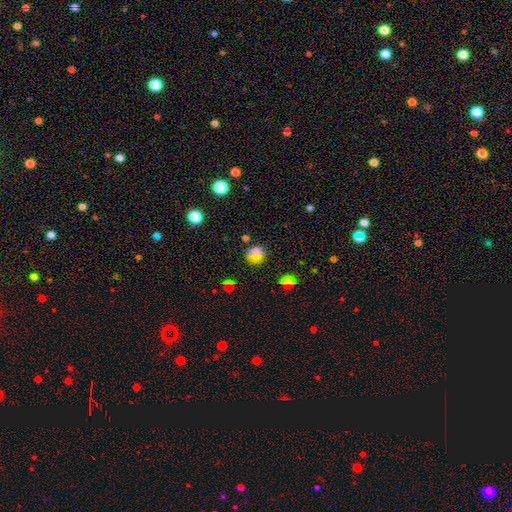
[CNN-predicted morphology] Smooth or featured?
  - smooth: 61% *
  - star or artifact: 30%
  - featured or disk: 9%
How rounded?
  - round: 75% *
  - in between: 24%
  - cigar-shaped: 2%
Merging?
  - none: 72% *
  - minor disturbance: 15%
  - major disturbance: 7%
  - merger: 5%